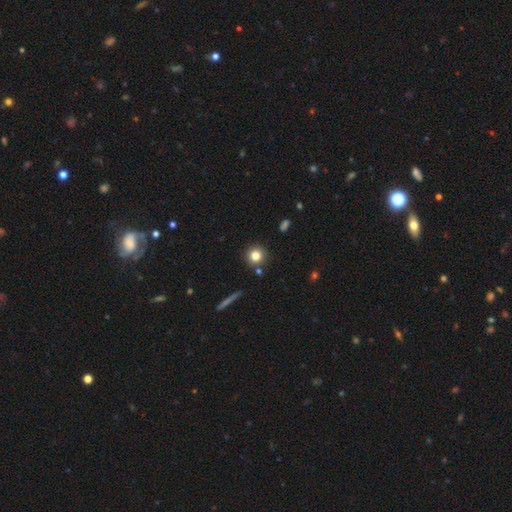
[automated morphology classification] A smooth galaxy with no disk features (79%) that is round (92%). Merging: none (86%).